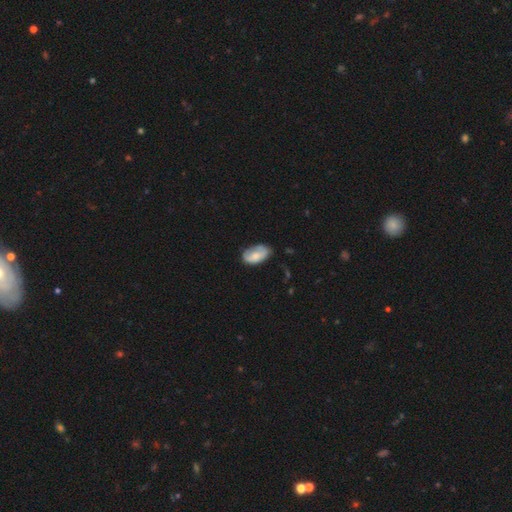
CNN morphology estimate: This is likely a smooth galaxy (62%). How rounded: clearly in between (93%). Merging: possibly none (54%).